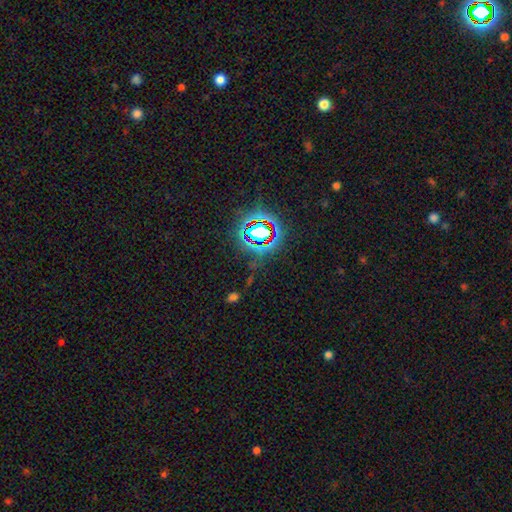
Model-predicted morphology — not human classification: Smooth or featured? star or artifact (81%)